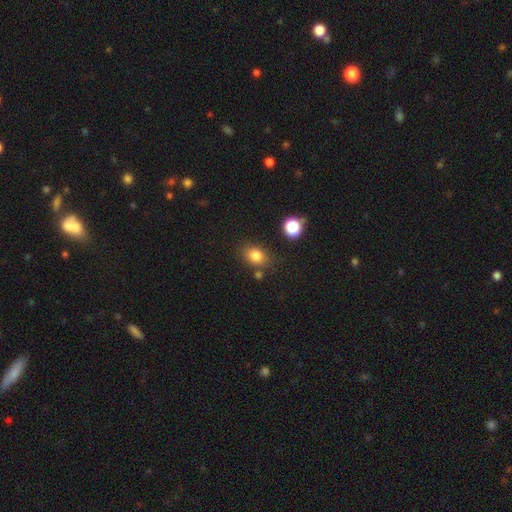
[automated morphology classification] Smooth or featured? smooth (81%)
How rounded? in between (64%)
Merging? none (75%)